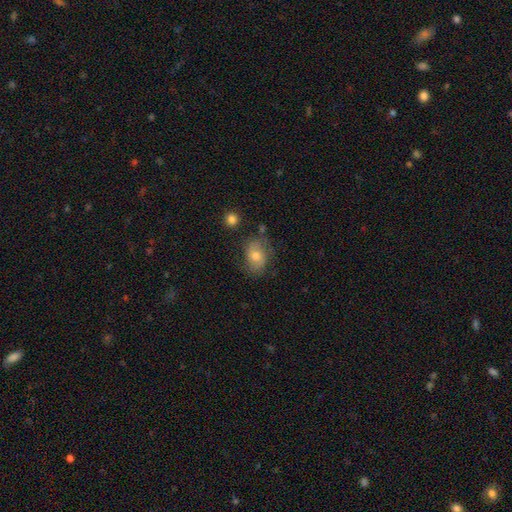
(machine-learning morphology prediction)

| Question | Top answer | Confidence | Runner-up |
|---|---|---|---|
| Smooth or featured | smooth | 48% | featured or disk (40%) |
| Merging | none | 70% | minor disturbance (20%) |